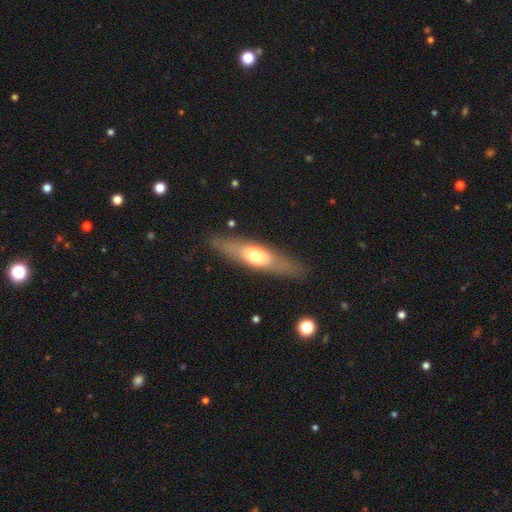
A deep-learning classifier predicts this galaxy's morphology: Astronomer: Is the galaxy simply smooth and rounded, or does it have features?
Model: smooth — 50% (runner-up: featured or disk, 44%).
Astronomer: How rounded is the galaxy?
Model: cigar-shaped — 63%.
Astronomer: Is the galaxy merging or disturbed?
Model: none — 83%.